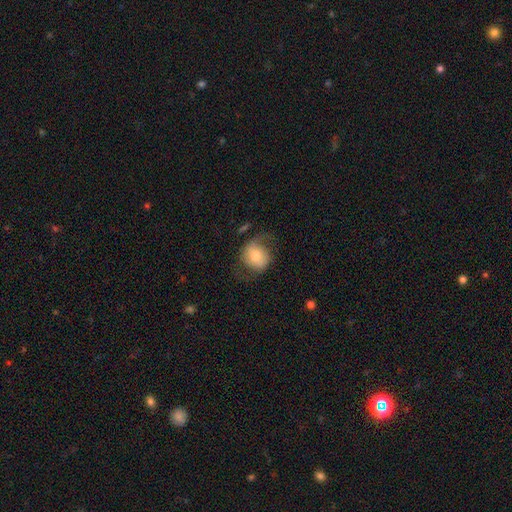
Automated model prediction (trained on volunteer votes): Smooth or featured: smooth — 49% (featured or disk — 43%)
Merging: none — 52% (minor disturbance — 24%)